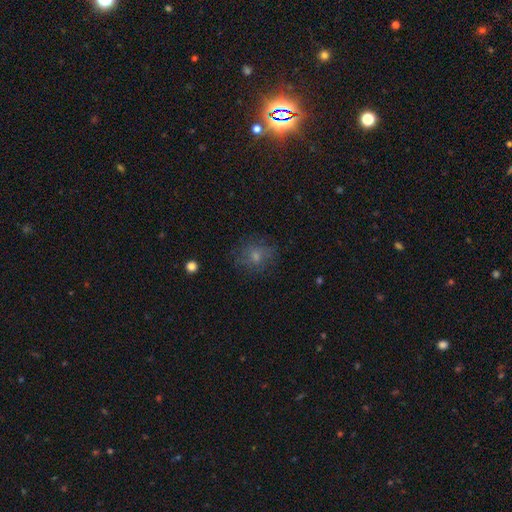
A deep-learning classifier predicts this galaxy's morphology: This is likely a smooth galaxy (69%). How rounded: likely round (74%). Merging: likely none (72%).